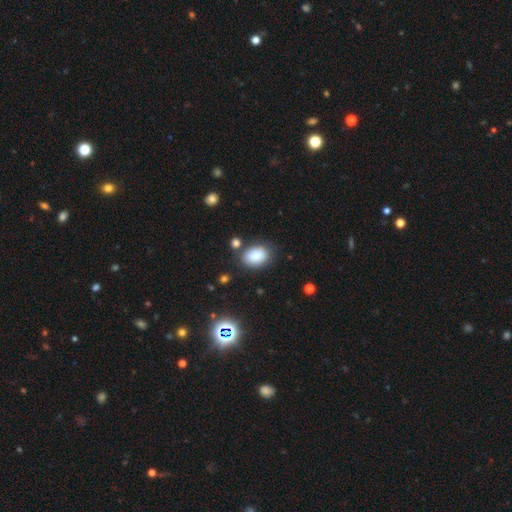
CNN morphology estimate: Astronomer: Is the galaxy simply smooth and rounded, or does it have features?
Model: smooth — 85%.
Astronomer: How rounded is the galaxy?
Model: in between — 80%.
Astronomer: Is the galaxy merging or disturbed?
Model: none — 73%.